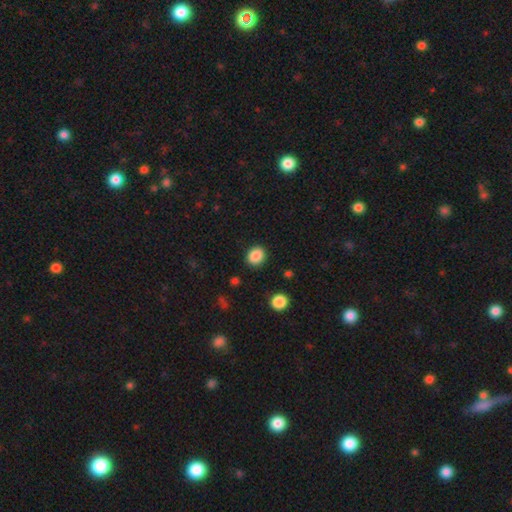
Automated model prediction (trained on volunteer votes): smooth-or-featured: smooth: 87% | star or artifact: 9% | featured or disk: 4%
  how-rounded: round: 68% | in between: 31% | cigar-shaped: 1%
  merging: none: 89% | minor disturbance: 7% | major disturbance: 2% | merger: 1%